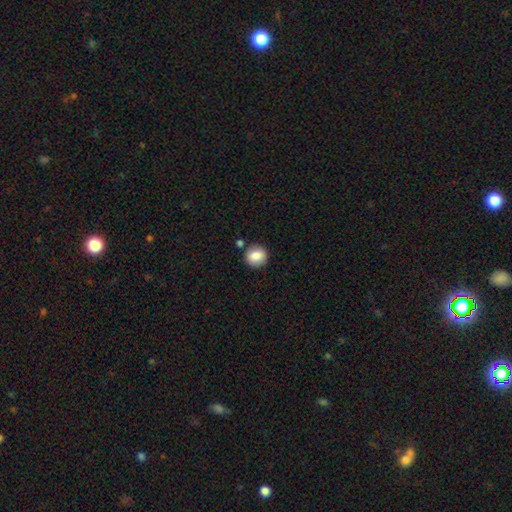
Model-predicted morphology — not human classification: Smooth or featured? smooth (85%)
How rounded? round (87%)
Merging? none (82%)